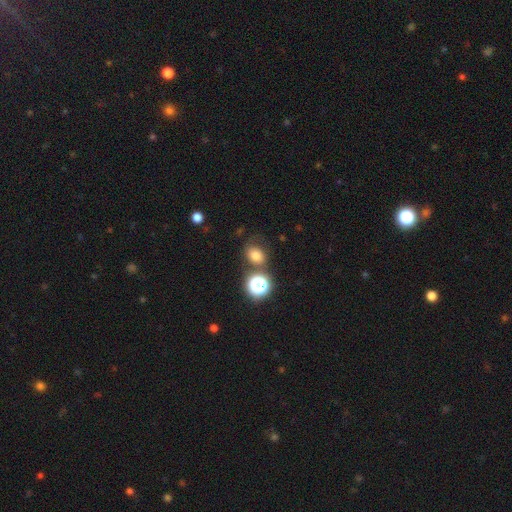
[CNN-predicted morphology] A smooth galaxy with no disk features (71%) that is round (51%). Merging: none (63%).